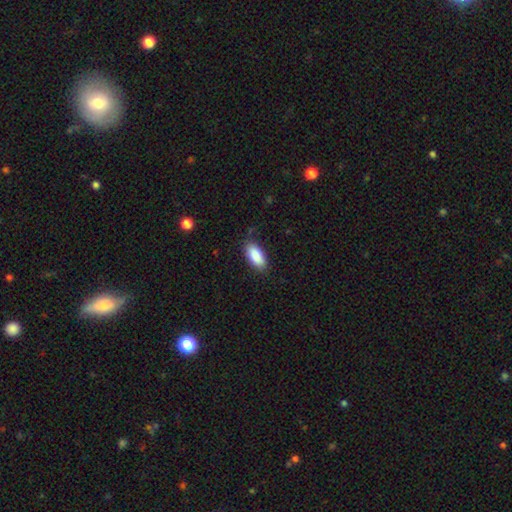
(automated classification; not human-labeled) smooth_or_featured: smooth (p=0.87) [alt: star or artifact p=0.06]
how_rounded: in between (p=0.89) [alt: cigar-shaped p=0.08]
merging: none (p=0.83) [alt: minor disturbance p=0.13]